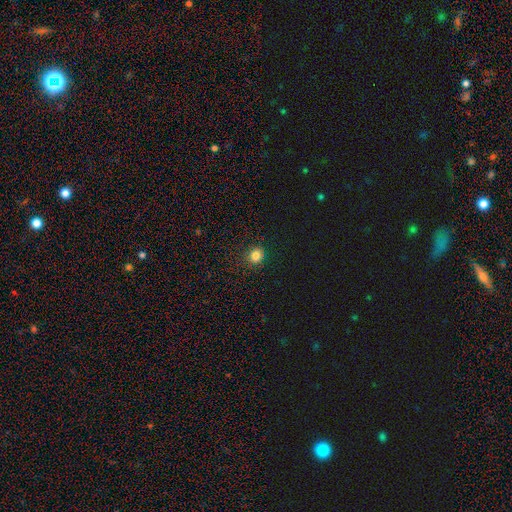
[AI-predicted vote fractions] This appears to be a smooth galaxy with no disk features (81%) that is round (83%). Merging: none (89%).